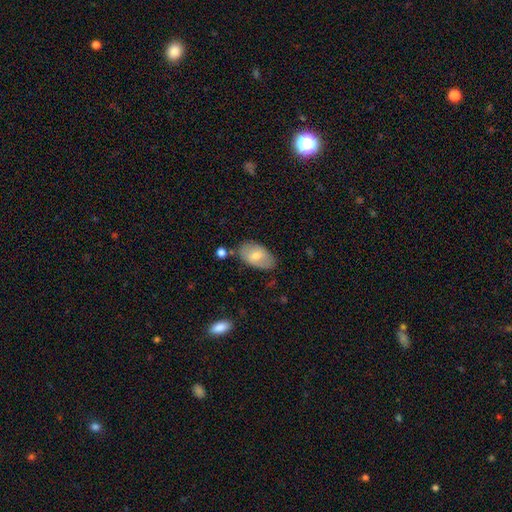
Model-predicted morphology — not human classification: Smooth or featured? smooth (68%)
How rounded? in between (93%)
Merging? none (72%)